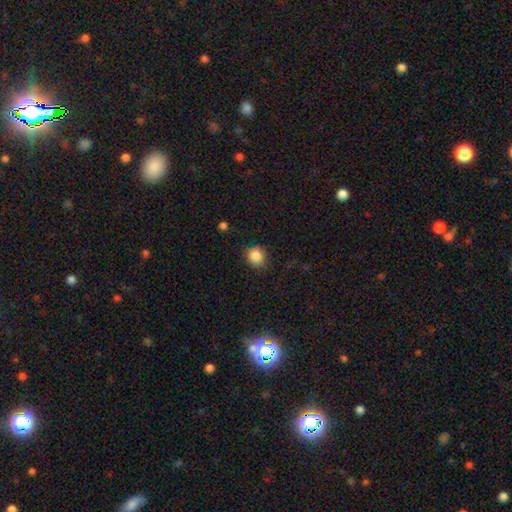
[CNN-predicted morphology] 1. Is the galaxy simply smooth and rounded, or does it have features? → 86% smooth, 10% star or artifact, 4% featured or disk.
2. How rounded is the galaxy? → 81% round, 18% in between, 1% cigar-shaped.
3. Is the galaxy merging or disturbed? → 82% none, 13% minor disturbance, 3% major disturbance, 1% merger.